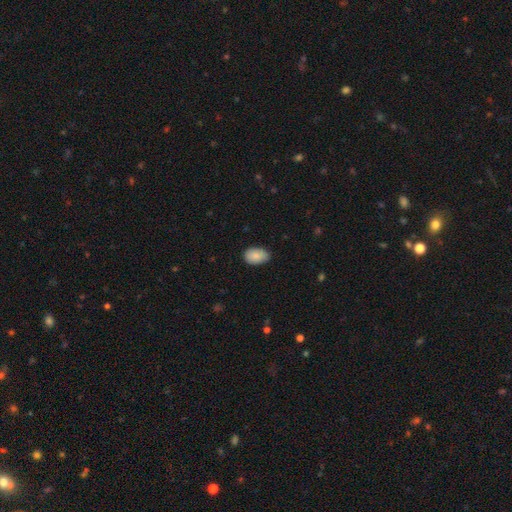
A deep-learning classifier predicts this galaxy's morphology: A smooth galaxy with no disk features (88%) that is in between round and cigar-shaped (90%).

Vote fractions:
- Smooth or featured? smooth: 88% / star or artifact: 6% / featured or disk: 5%
- How rounded? in between: 90% / round: 9% / cigar-shaped: 1%
- Merging? none: 79% / minor disturbance: 17% / major disturbance: 2% / merger: 1%